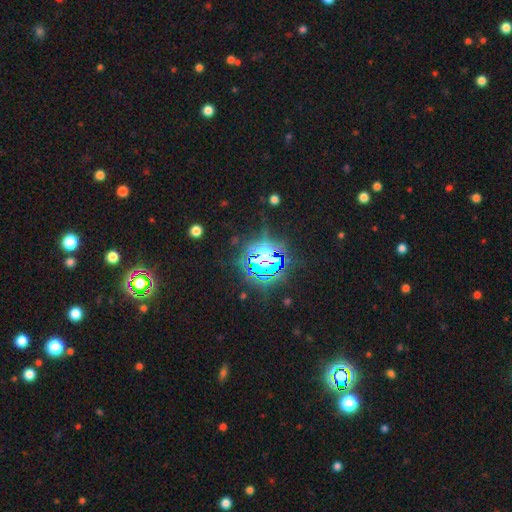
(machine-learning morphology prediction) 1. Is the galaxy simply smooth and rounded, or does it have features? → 80% star or artifact, 11% smooth, 9% featured or disk.